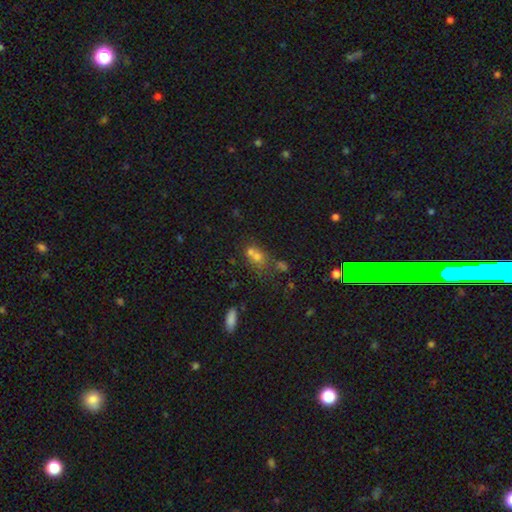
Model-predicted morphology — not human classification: This appears to be a smooth galaxy with no disk features (52%) that is round (65%). Merging: merger (47%).